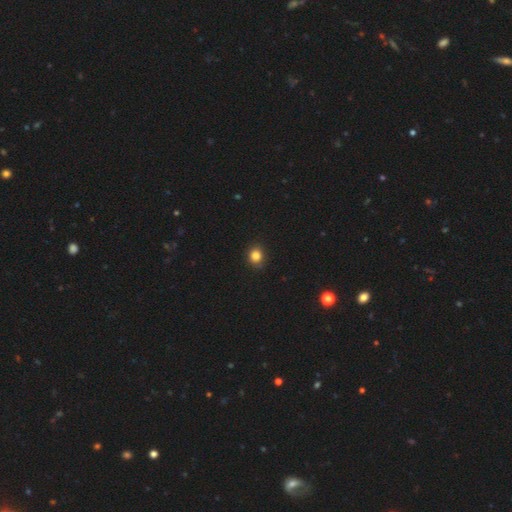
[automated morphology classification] Smooth or featured? smooth (83%)
How rounded? round (77%)
Merging? none (88%)